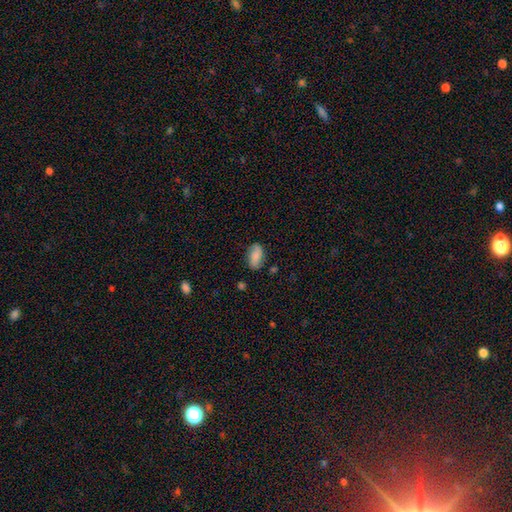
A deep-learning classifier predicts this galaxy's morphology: A smooth galaxy with no disk features (75%) that is in between round and cigar-shaped (93%).

Vote fractions:
- Smooth or featured? smooth: 75% / featured or disk: 17% / star or artifact: 8%
- How rounded? in between: 93% / cigar-shaped: 4% / round: 4%
- Merging? none: 76% / minor disturbance: 17% / major disturbance: 4% / merger: 2%